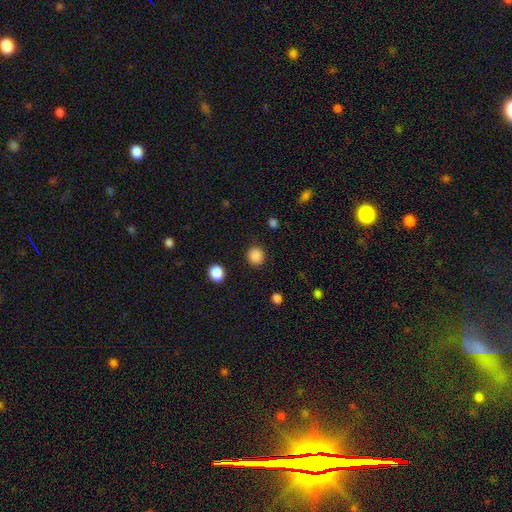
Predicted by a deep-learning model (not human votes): smooth_or_featured: smooth (p=0.87) [alt: star or artifact p=0.10]
how_rounded: round (p=0.91) [alt: in between p=0.08]
merging: none (p=0.90) [alt: minor disturbance p=0.06]